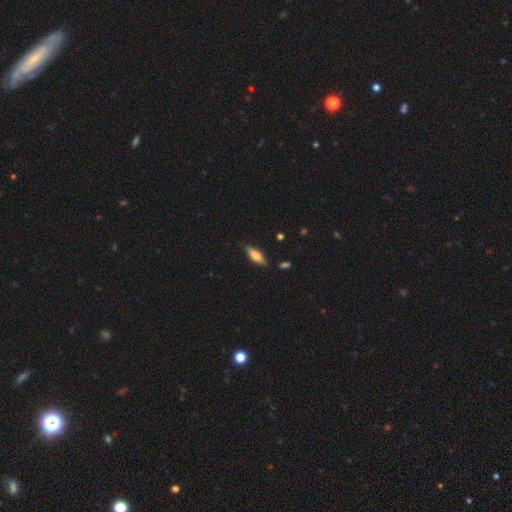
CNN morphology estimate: Overall: smooth (64%; featured or disk 29%). How rounded: in between (53%; cigar-shaped 45%). Merging: none (82%).